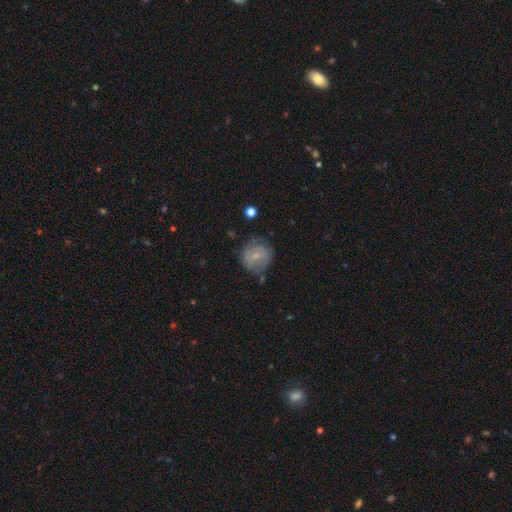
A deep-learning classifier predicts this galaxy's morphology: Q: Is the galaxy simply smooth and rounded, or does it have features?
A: smooth — 58%.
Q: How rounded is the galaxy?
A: round — 83%.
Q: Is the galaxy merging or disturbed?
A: none — 62%.